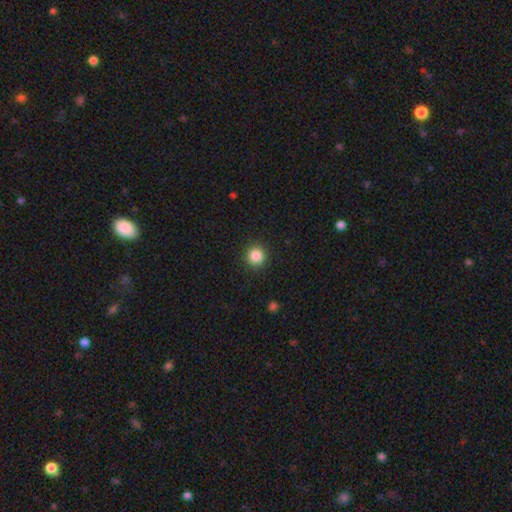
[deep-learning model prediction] smooth_or_featured: smooth (p=0.86) [alt: star or artifact p=0.11]
how_rounded: round (p=0.95) [alt: in between p=0.05]
merging: none (p=0.92) [alt: minor disturbance p=0.05]